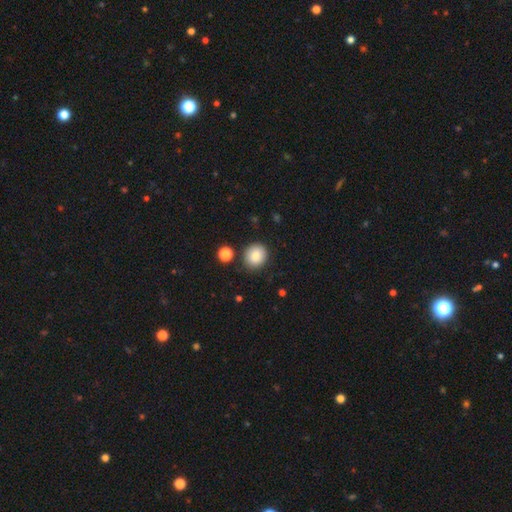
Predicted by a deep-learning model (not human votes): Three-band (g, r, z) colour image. It shows a smooth galaxy with no disk features (84%) that is round (79%). Merging: none (85%).